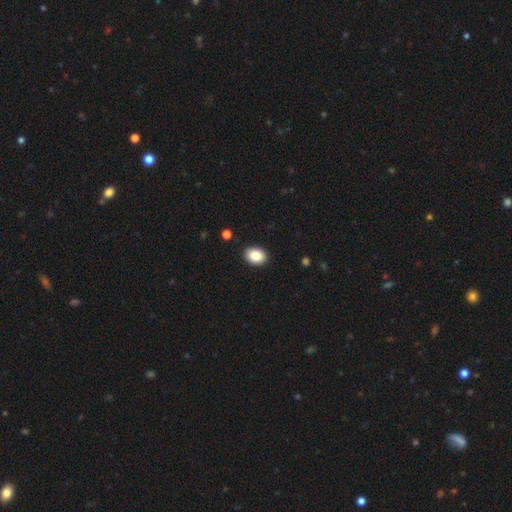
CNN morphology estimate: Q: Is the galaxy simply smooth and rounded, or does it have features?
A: smooth — 86%.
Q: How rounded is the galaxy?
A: in between — 72%.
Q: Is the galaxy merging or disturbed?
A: none — 90%.